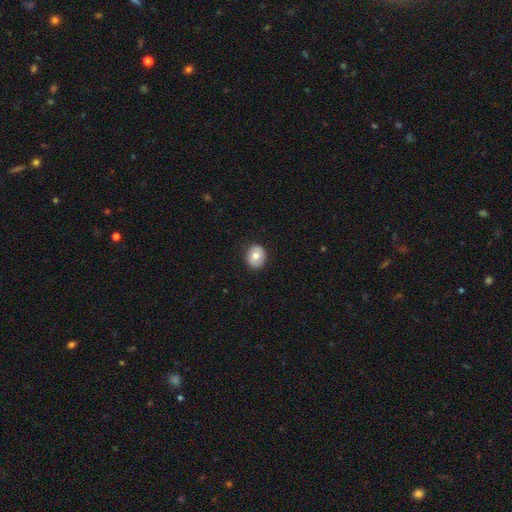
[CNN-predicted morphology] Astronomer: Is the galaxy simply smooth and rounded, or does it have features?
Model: smooth — 73%.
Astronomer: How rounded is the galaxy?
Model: round — 68%.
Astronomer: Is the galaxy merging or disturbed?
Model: none — 88%.